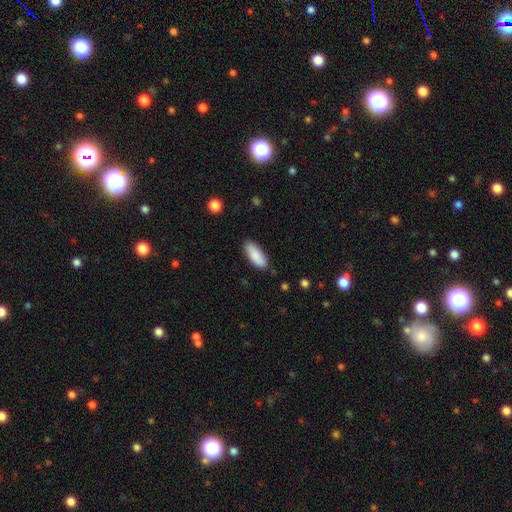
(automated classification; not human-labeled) smooth-or-featured: smooth: 89% | star or artifact: 6% | featured or disk: 6%
  how-rounded: in between: 80% | cigar-shaped: 18% | round: 2%
  merging: none: 86% | minor disturbance: 11% | major disturbance: 2% | merger: 1%